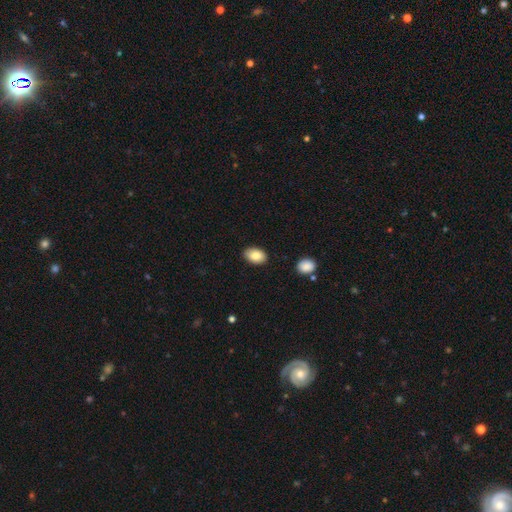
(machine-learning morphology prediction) Q: Smooth or featured?
A: smooth (86%); runner-up: featured or disk (7%)
Q: How rounded?
A: in between (90%); runner-up: round (9%)
Q: Merging?
A: none (86%); runner-up: minor disturbance (10%)